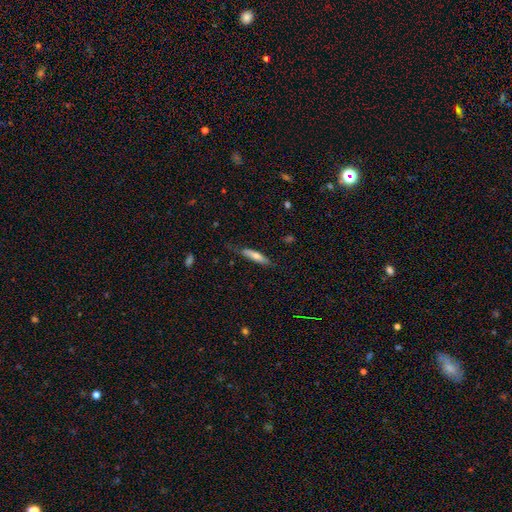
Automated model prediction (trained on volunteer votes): Smooth or featured: smooth — 65% (featured or disk — 28%)
How rounded: cigar-shaped — 79% (in between — 19%)
Merging: none — 69% (minor disturbance — 24%)